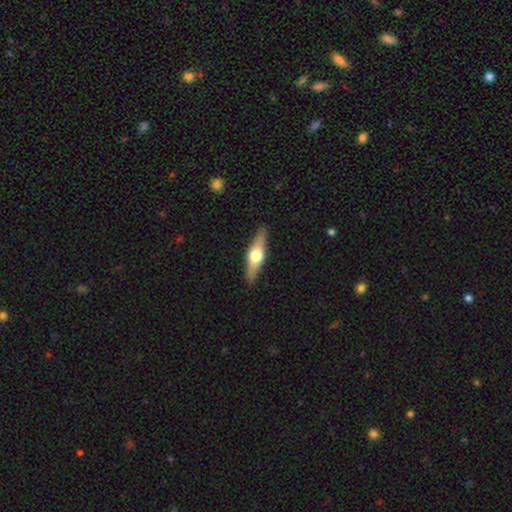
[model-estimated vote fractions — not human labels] smooth-or-featured: featured or disk: 62% | smooth: 33% | star or artifact: 5%
  disk-edge-on: yes: 95% | no: 5%
    edge-on-bulge: rounded: 95% | boxy: 4% | none: 2%
  merging: none: 89% | minor disturbance: 8% | major disturbance: 2% | merger: 1%